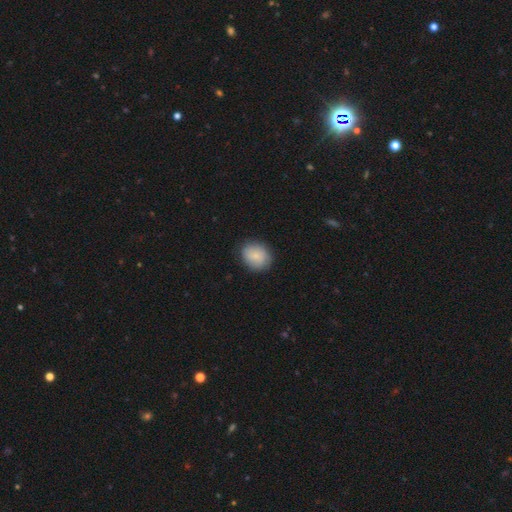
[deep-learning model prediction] smooth_or_featured: smooth (p=0.84) [alt: featured or disk p=0.09]
how_rounded: round (p=0.71) [alt: in between p=0.28]
merging: none (p=0.84) [alt: minor disturbance p=0.12]